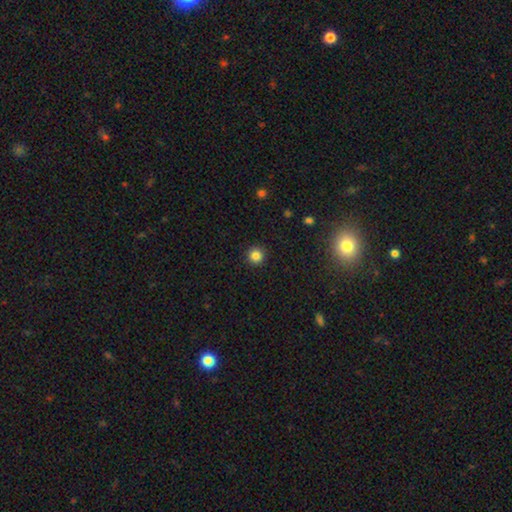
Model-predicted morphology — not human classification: type=smooth (84%); roundness=round (96%); merging=none (93%).